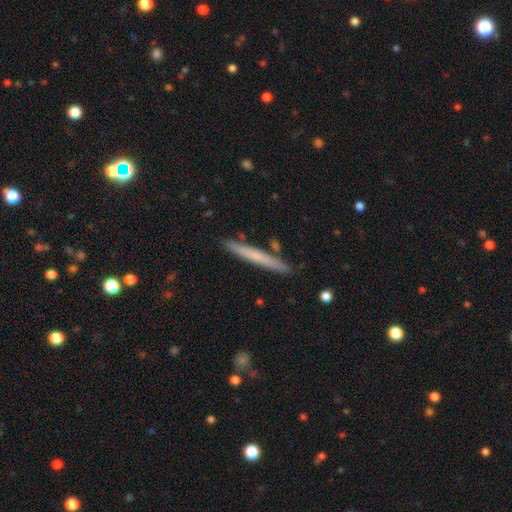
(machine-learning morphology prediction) Smooth or featured? Predicted: smooth (p=0.55). How rounded? Predicted: cigar-shaped (p=0.96). Merging? Predicted: none (p=0.88).